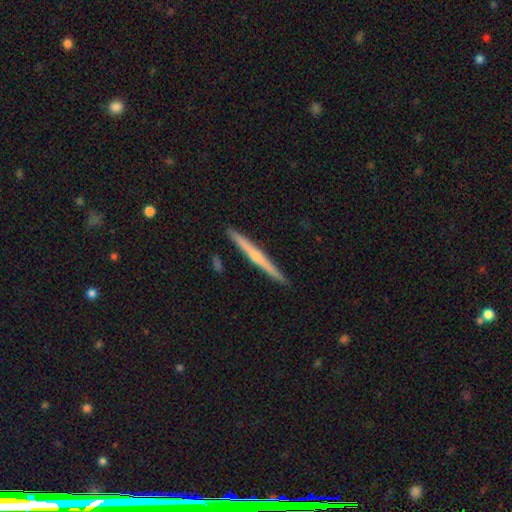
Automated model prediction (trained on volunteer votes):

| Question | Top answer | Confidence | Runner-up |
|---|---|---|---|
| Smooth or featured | featured or disk | 59% | smooth (36%) |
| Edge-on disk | yes | 98% | no (2%) |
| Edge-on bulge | rounded | 50% | none (45%) |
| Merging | none | 92% | minor disturbance (6%) |